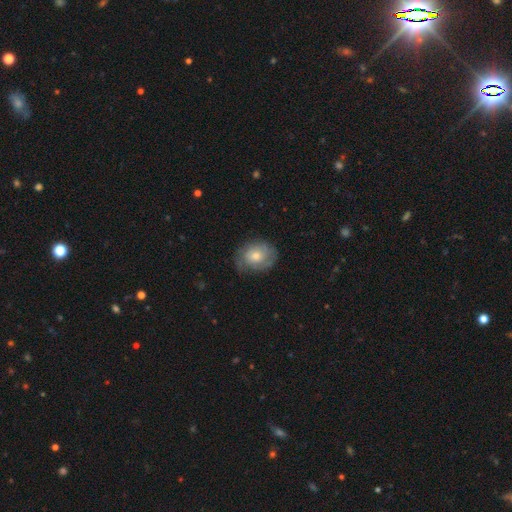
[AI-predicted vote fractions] Smooth or featured? featured or disk (46%)
Merging? none (71%)